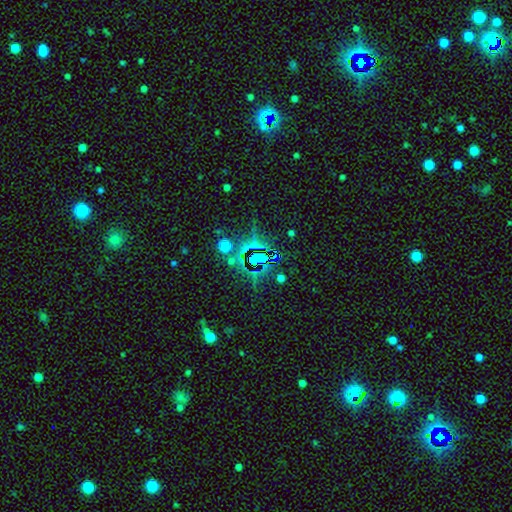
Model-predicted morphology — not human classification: This is likely a star or artifact rather than a galaxy (74%).